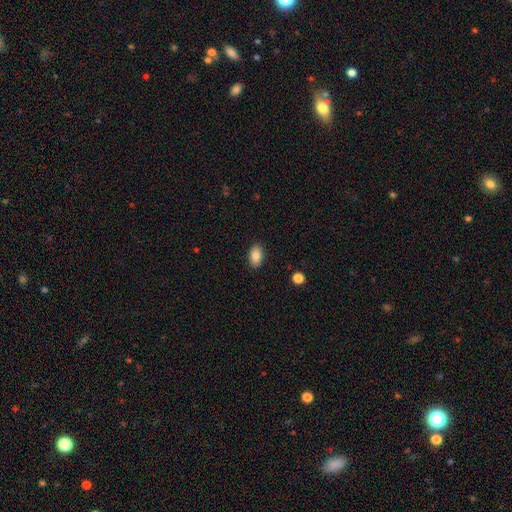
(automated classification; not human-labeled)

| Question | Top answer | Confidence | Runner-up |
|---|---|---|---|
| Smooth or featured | smooth | 86% | star or artifact (8%) |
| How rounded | in between | 90% | round (8%) |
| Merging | none | 89% | minor disturbance (8%) |